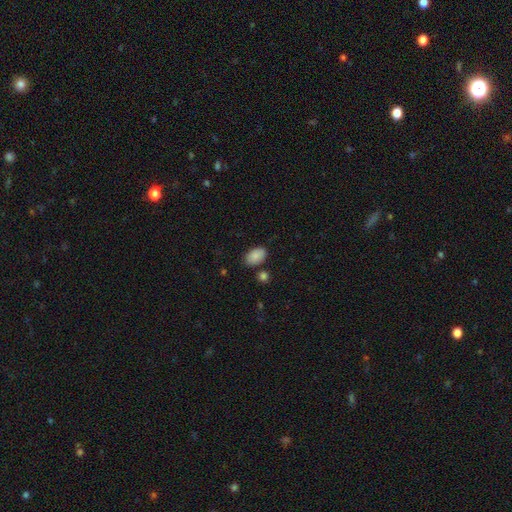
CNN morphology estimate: A smooth galaxy with no disk features (87%) that is in between round and cigar-shaped (91%). Merging: none (77%).